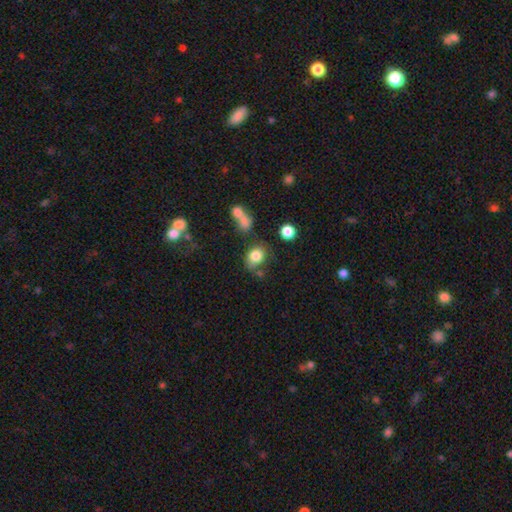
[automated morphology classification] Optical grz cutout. It shows a smooth galaxy with no disk features (80%) that is in between round and cigar-shaped (55%). Merging: none (58%).